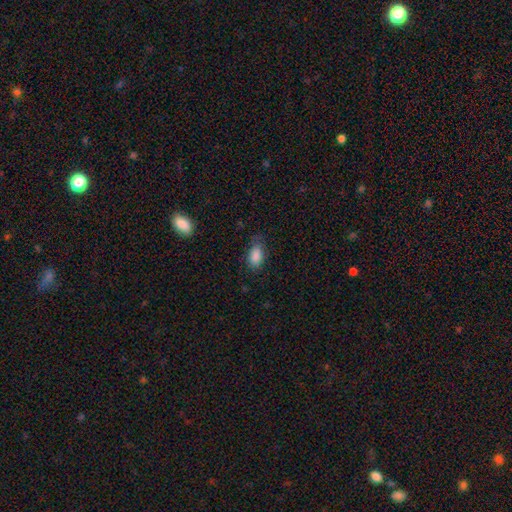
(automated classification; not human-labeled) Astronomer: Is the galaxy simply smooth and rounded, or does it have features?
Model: smooth — 87%.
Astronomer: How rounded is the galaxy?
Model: in between — 90%.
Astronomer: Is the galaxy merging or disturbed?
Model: none — 67%.